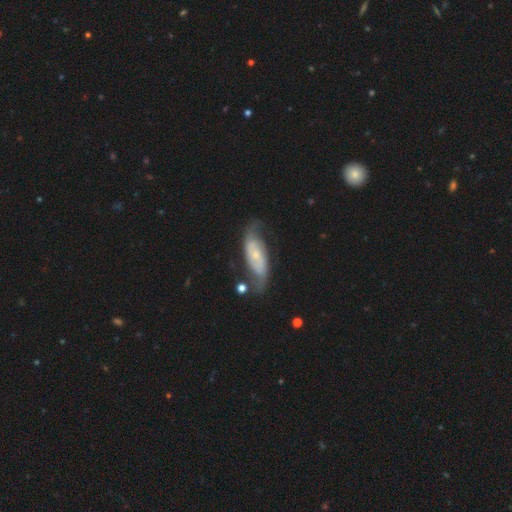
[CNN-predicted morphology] Smooth or featured?
  - featured or disk: 73% *
  - smooth: 21%
  - star or artifact: 6%
Edge-on disk?
  - no: 90% *
  - yes: 10%
Bar?
  - no: 66% *
  - weak: 25%
  - strong: 9%
Spiral arms?
  - yes: 87% *
  - no: 13%
Spiral winding?
  - medium: 38% * (tied)
  - loose: 38% * (tied)
  - tight: 24%
Spiral arm count?
  - 2: 80% *
  - can't tell: 13%
  - 1: 3%
  - 3: 2%
  - 4: 1%
  - more than 4: 1%
Bulge size?
  - small: 71% *
  - moderate: 23%
  - none: 3%
  - large: 2%
  - dominant: 1%
Merging?
  - none: 59% *
  - minor disturbance: 23%
  - major disturbance: 14%
  - merger: 5%